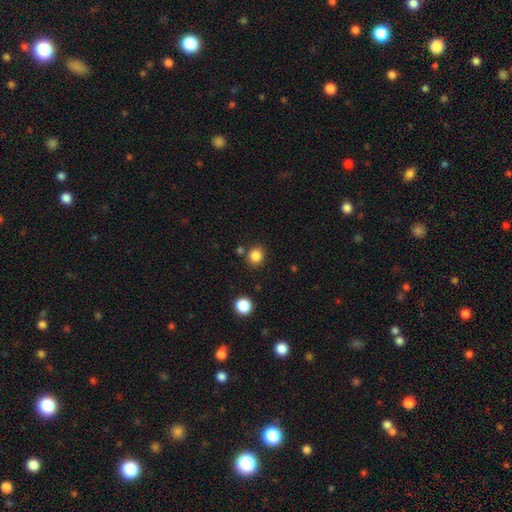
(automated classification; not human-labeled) Q: Smooth or featured?
A: smooth (84%); runner-up: star or artifact (12%)
Q: How rounded?
A: round (85%); runner-up: in between (14%)
Q: Merging?
A: none (82%); runner-up: minor disturbance (8%)